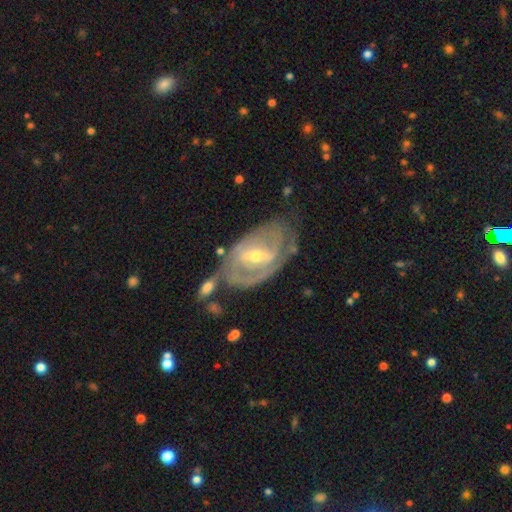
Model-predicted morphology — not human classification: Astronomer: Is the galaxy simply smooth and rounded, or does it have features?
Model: featured or disk — 83%.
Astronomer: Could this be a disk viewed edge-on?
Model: no — 94%.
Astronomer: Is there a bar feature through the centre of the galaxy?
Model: weak — 42%, tied with strong at 42%.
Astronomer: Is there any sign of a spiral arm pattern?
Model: yes — 83%.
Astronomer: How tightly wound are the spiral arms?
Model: tight — 58%.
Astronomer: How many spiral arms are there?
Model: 2 — 49% (runner-up: can't tell, 32%).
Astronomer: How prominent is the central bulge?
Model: small — 51% (runner-up: moderate, 45%).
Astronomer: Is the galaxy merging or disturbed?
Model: none — 53%.